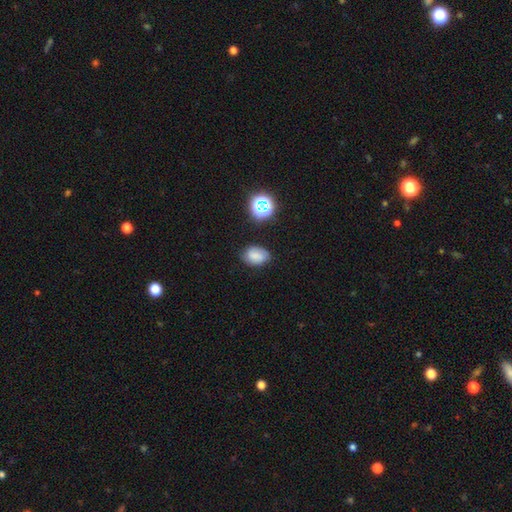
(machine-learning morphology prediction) smooth 67%, featured or disk 19%, star or artifact 14%. Down the decision tree: how rounded — in between (73%); merging — none (74%).